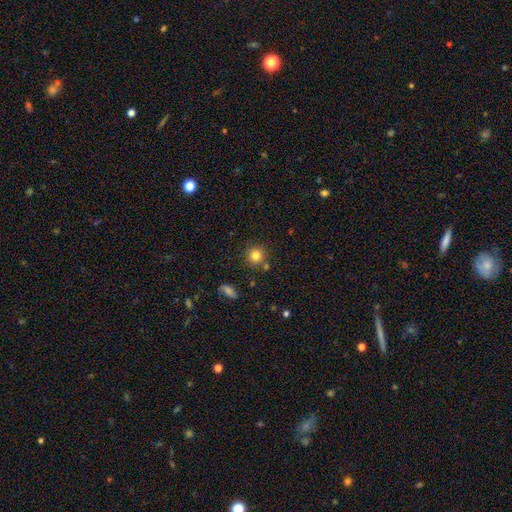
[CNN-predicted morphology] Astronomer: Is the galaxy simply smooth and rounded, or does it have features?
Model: smooth — 81%.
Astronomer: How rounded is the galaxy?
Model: round — 92%.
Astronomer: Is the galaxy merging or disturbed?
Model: none — 82%.